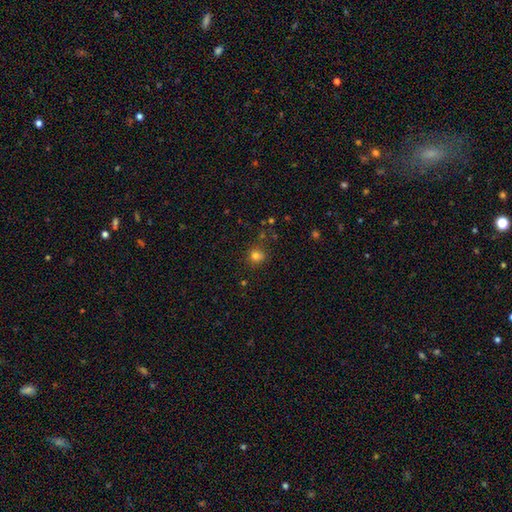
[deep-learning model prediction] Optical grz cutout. It shows a smooth galaxy with no disk features (77%) that is round (87%). Merging: none (76%).